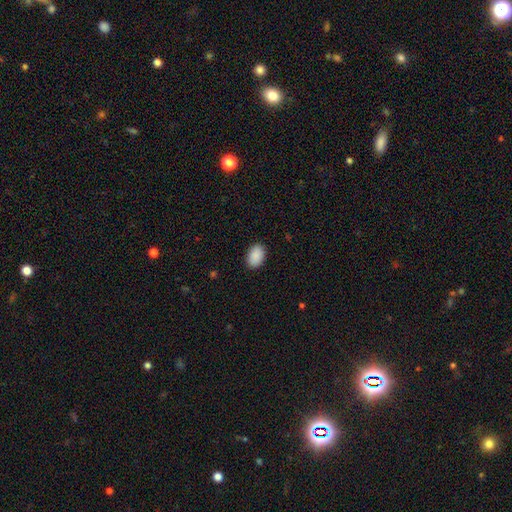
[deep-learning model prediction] Morphology: type=smooth (91%); roundness=in between (88%); merging=none (89%).